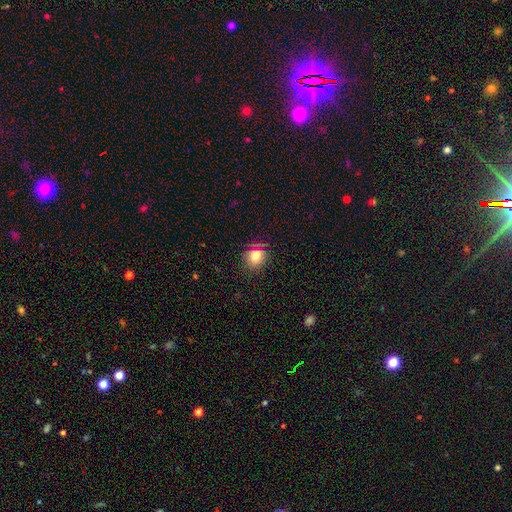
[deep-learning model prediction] Smooth or featured? Predicted: smooth (p=0.74). How rounded? Predicted: round (p=0.81). Merging? Predicted: none (p=0.85).